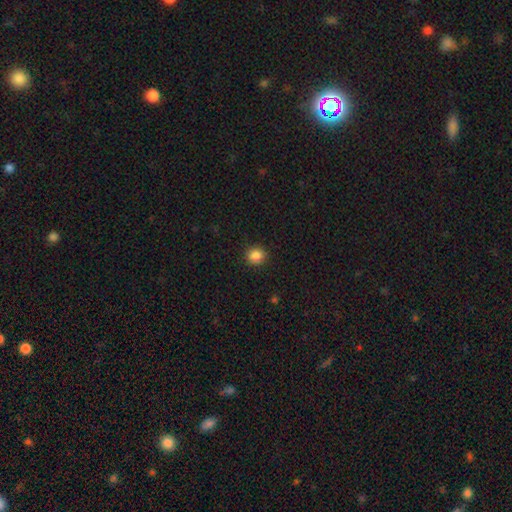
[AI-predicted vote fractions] Overall: smooth (86%). How rounded: round (85%). Merging: none (91%).